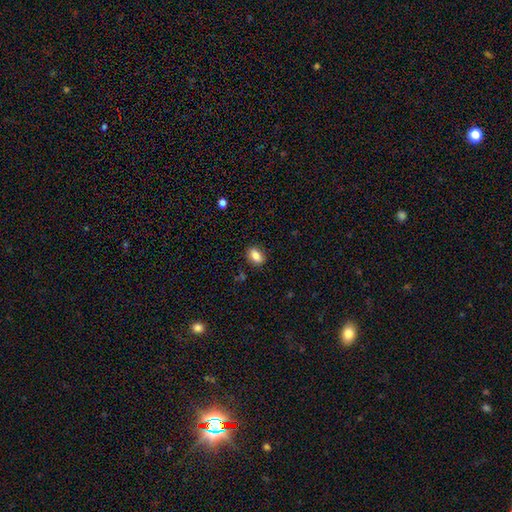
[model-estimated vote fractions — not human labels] Morphology: type=smooth (84%); roundness=in between (84%); merging=none (86%).